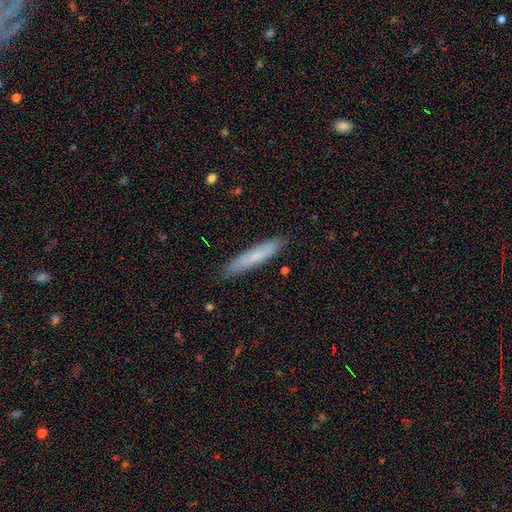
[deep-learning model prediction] smooth_or_featured: smooth (p=0.74) [alt: featured or disk p=0.20]
how_rounded: cigar-shaped (p=0.90) [alt: in between p=0.09]
merging: none (p=0.86) [alt: minor disturbance p=0.11]